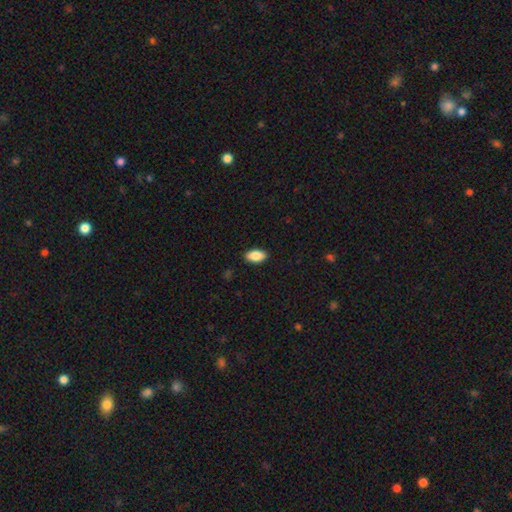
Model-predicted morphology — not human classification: A smooth galaxy with no disk features (86%) that is in between round and cigar-shaped (92%). Merging: none (89%).